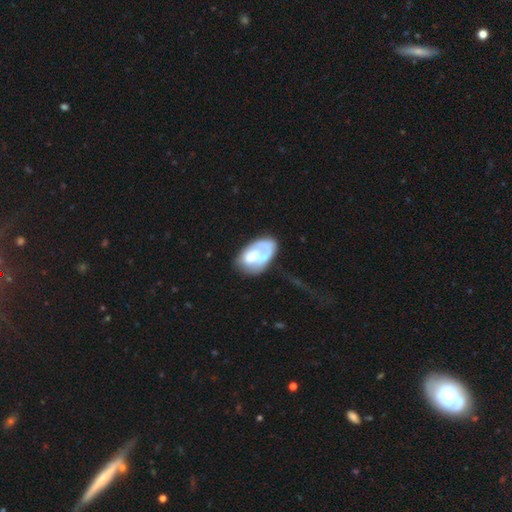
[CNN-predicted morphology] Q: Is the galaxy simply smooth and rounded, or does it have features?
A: featured or disk — 49%.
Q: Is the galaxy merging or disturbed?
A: none — 39%.